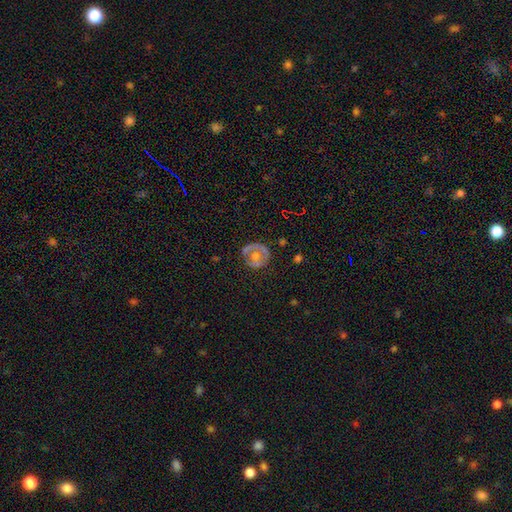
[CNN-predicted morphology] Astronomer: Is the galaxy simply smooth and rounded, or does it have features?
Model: featured or disk — 53% (runner-up: smooth, 38%).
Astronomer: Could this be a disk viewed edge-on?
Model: no — 97%.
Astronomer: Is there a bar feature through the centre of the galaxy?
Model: no — 85%.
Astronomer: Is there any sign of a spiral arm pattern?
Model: no — 67%.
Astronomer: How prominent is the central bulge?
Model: moderate — 56%.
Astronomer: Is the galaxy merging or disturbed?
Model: none — 63%.